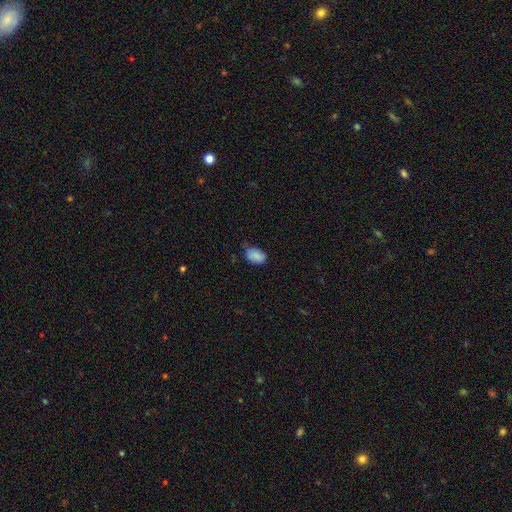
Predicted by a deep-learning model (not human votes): Overall: smooth (83%). How rounded: in between (85%). Merging: none (54%; minor disturbance 37%).